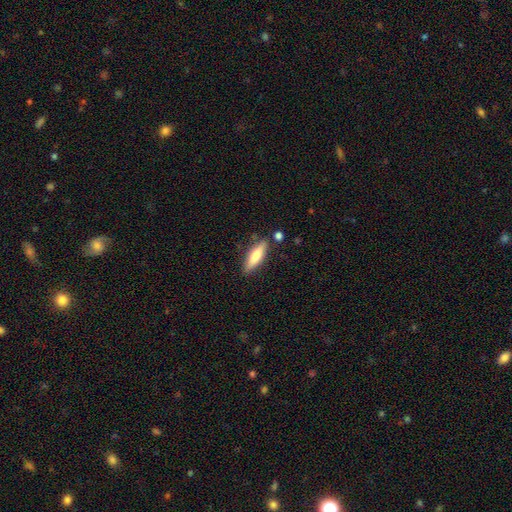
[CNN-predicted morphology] This appears to be a smooth galaxy with no disk features (68%) that is cigar-shaped (61%). Merging: none (80%).